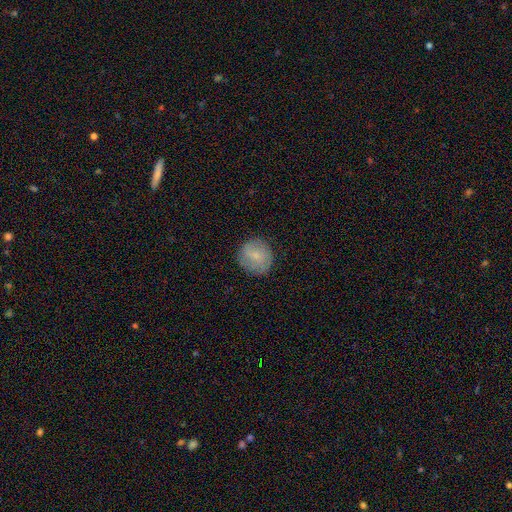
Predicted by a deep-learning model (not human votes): Smooth or featured: smooth — 70% (featured or disk — 23%)
How rounded: round — 93% (in between — 6%)
Merging: none — 84% (minor disturbance — 12%)